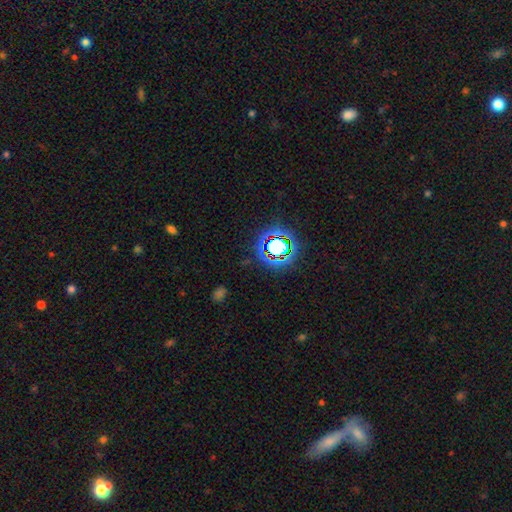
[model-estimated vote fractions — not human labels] star or artifact 74%, smooth 15%, featured or disk 11%.